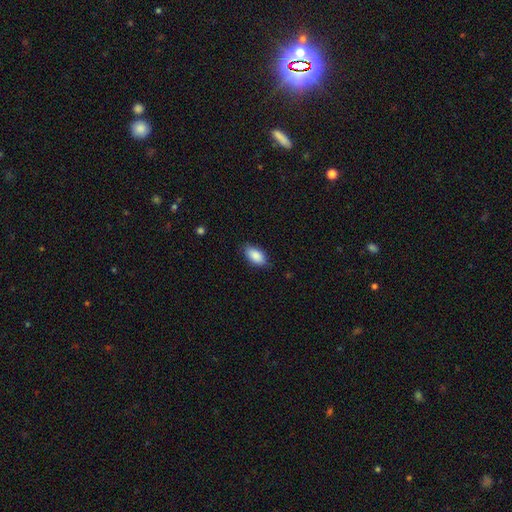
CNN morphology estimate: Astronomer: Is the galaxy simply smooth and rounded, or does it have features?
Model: smooth — 88%.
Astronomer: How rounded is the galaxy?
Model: in between — 93%.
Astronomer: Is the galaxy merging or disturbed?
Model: none — 80%.